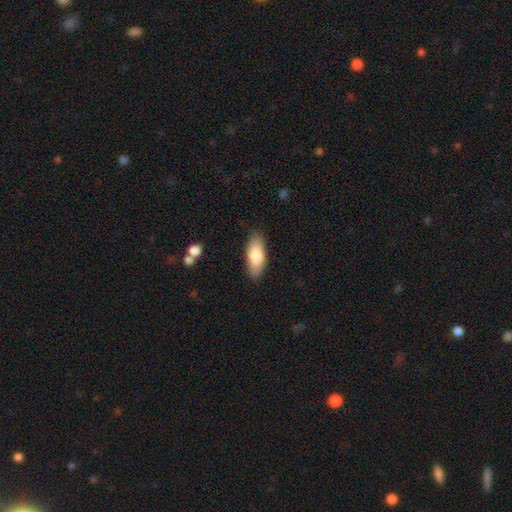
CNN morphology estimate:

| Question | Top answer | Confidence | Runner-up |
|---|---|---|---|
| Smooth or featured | smooth | 81% | featured or disk (13%) |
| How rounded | in between | 79% | cigar-shaped (19%) |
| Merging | none | 86% | minor disturbance (10%) |